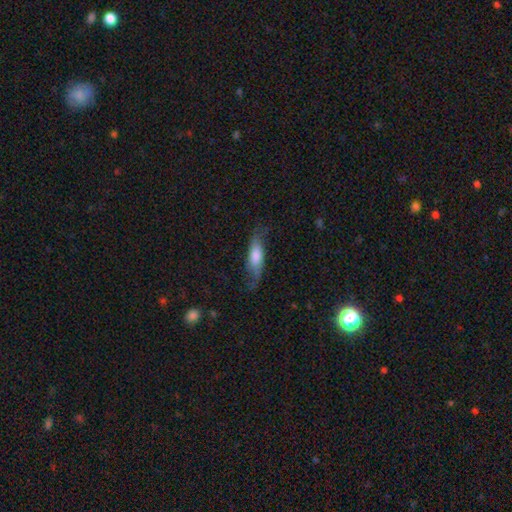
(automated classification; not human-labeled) Morphology: type=smooth (48%); merging=none (67%).